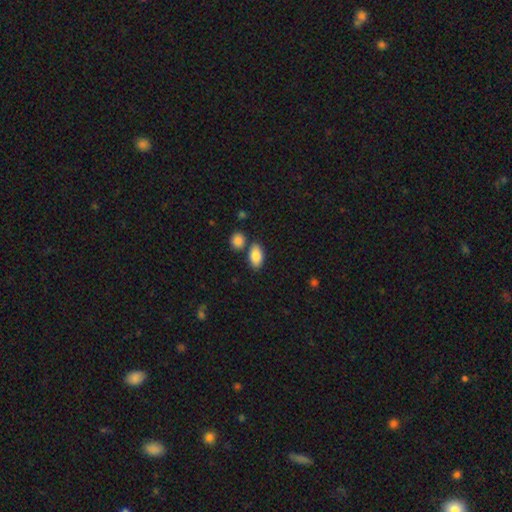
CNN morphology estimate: type=smooth (85%); roundness=in between (91%); merging=none (73%).